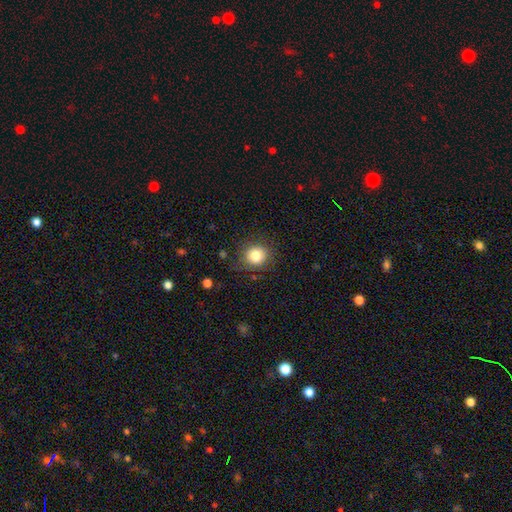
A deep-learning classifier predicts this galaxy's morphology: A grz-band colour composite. It shows a smooth galaxy with no disk features (82%) that is round (84%). Merging: none (83%).